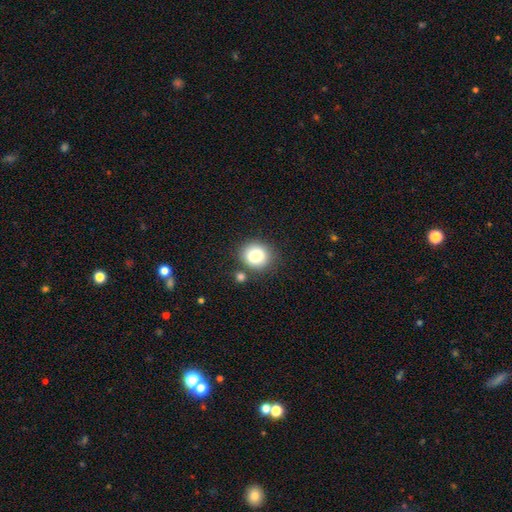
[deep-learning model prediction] The model was most divided on "how rounded": round: 84%, in between: 15%, cigar-shaped: 1%. More confident: smooth or featured — smooth (81%); merging — none (79%).